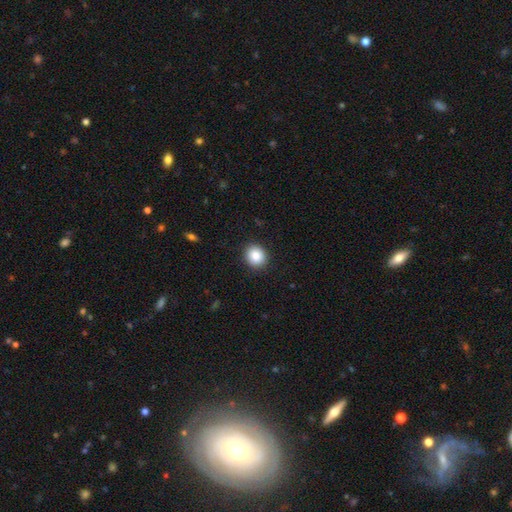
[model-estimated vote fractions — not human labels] Smooth or featured? smooth (87%)
How rounded? round (82%)
Merging? none (91%)